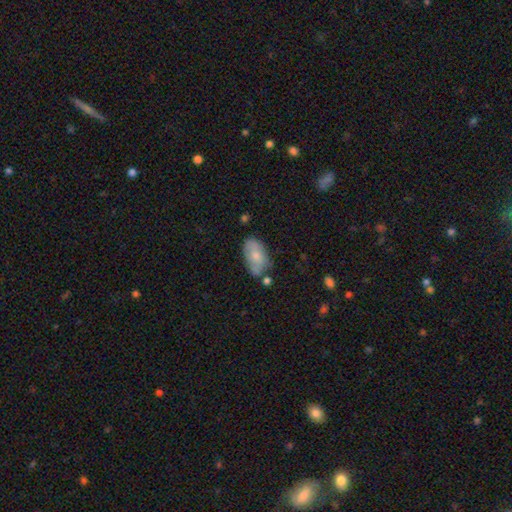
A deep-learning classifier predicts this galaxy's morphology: type=smooth (68%); roundness=in between (93%); merging=none (55%).